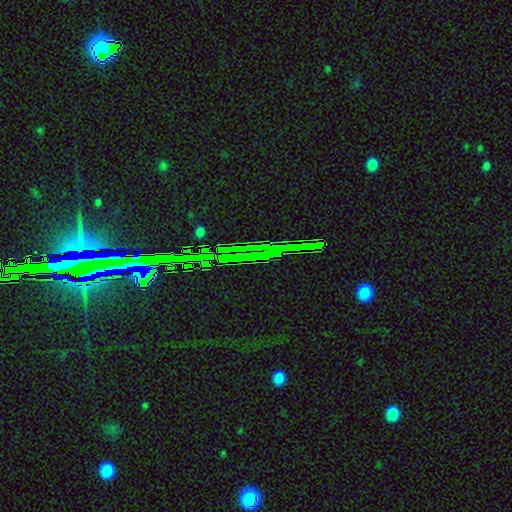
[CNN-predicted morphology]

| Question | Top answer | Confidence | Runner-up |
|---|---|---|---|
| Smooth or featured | star or artifact | 82% | featured or disk (10%) |